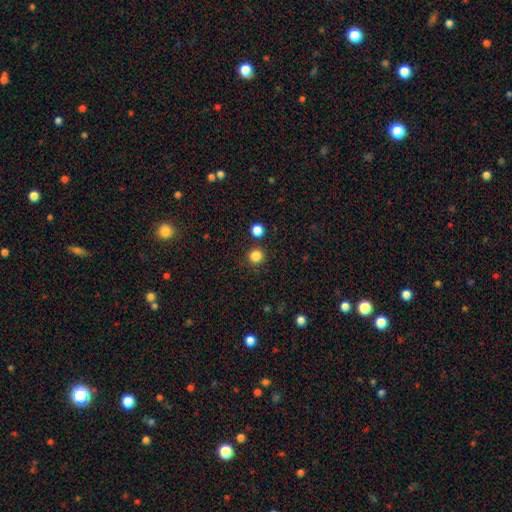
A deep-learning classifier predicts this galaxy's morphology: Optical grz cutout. It shows a smooth galaxy with no disk features (84%) that is round (93%). Merging: none (86%).